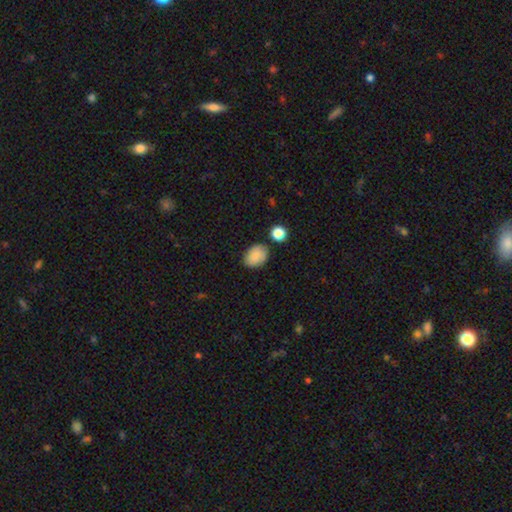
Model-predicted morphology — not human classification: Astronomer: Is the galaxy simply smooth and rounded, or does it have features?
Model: smooth — 86%.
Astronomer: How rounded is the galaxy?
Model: in between — 76%.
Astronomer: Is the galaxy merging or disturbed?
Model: none — 78%.